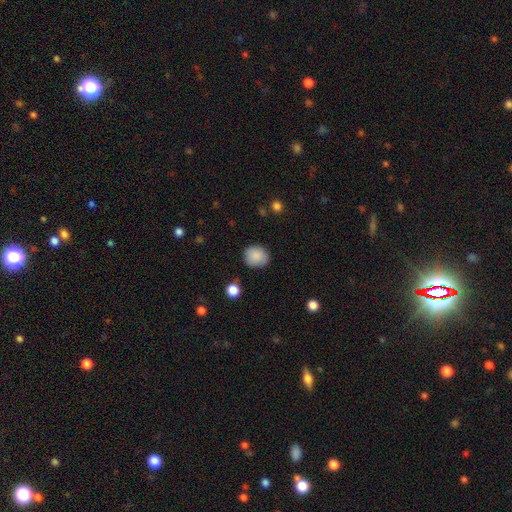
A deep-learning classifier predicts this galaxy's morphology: Smooth or featured: smooth — 88% (star or artifact — 8%)
How rounded: round — 77% (in between — 22%)
Merging: none — 82% (minor disturbance — 13%)